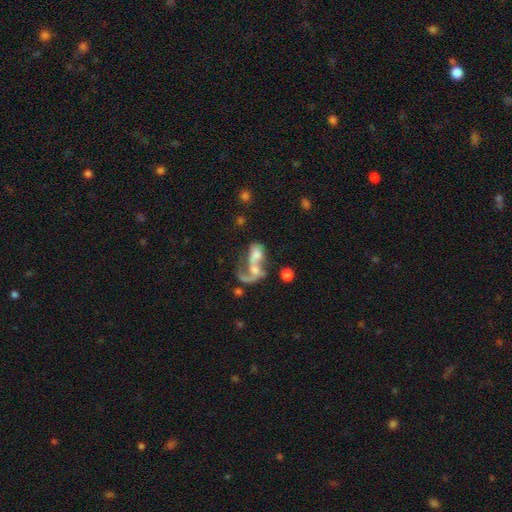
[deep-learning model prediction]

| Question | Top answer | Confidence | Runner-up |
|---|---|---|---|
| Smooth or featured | featured or disk | 57% | smooth (31%) |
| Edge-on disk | no | 95% | yes (5%) |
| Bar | no | 67% | weak (24%) |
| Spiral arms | yes | 62% | no (38%) |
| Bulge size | moderate | 33% | small (27%) |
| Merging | merger | 59% | major disturbance (20%) |